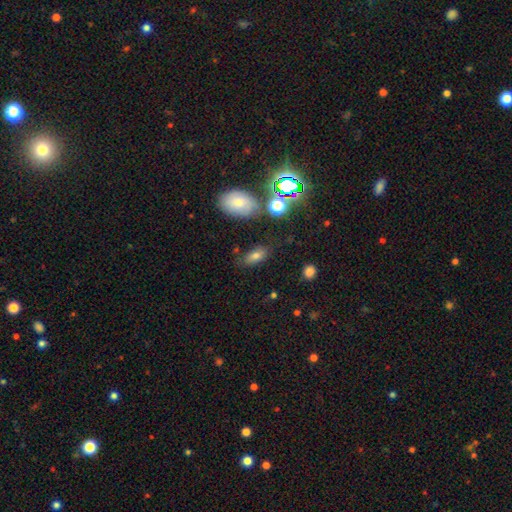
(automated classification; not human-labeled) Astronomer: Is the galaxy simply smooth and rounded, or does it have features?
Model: smooth — 72%.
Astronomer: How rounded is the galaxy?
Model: in between — 85%.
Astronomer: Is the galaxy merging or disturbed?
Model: none — 75%.